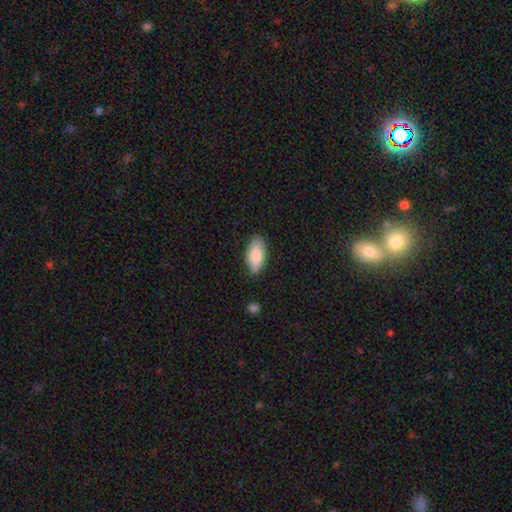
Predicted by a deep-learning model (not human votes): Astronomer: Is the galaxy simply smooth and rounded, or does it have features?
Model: smooth — 82%.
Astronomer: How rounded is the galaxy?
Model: in between — 90%.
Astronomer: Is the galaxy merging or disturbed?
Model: none — 84%.